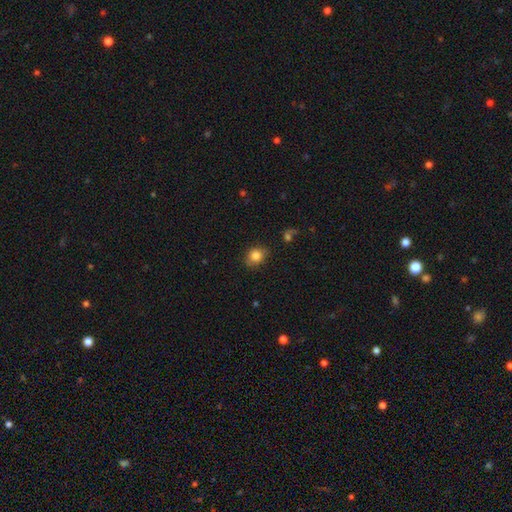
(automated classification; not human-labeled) Smooth or featured?
  - smooth: 84% *
  - star or artifact: 10%
  - featured or disk: 6%
How rounded?
  - round: 67% *
  - in between: 32%
  - cigar-shaped: 1%
Merging?
  - none: 77% *
  - minor disturbance: 17%
  - major disturbance: 4%
  - merger: 2%